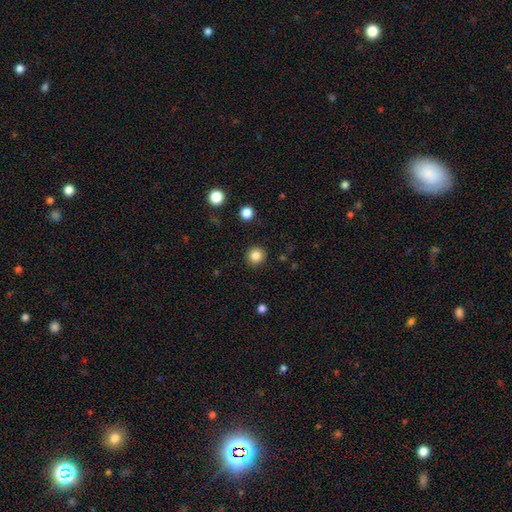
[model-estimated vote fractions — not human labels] smooth-or-featured: smooth: 85% | star or artifact: 11% | featured or disk: 5%
  how-rounded: round: 94% | in between: 5% | cigar-shaped: 1%
  merging: none: 91% | minor disturbance: 6% | major disturbance: 2% | merger: 1%